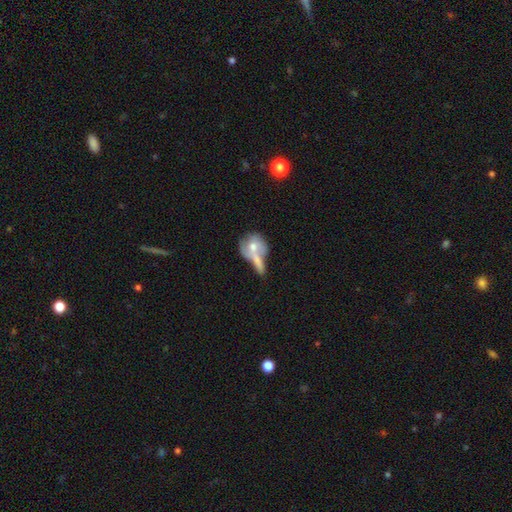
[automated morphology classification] A smooth galaxy with no disk features (52%) that is round (54%).

Vote fractions:
- Smooth or featured? smooth: 52% / featured or disk: 39% / star or artifact: 8%
- How rounded? round: 54% / in between: 37% / cigar-shaped: 9%
- Merging? merger: 55% / none: 24% / minor disturbance: 11% / major disturbance: 10%